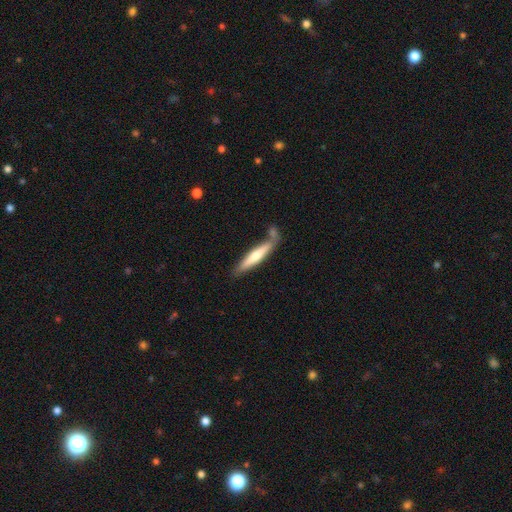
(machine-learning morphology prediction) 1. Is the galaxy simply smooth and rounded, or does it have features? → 58% smooth, 36% featured or disk, 5% star or artifact.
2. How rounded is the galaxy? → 88% cigar-shaped, 11% in between, 1% round.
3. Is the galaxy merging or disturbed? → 60% none, 19% merger, 17% minor disturbance, 5% major disturbance.